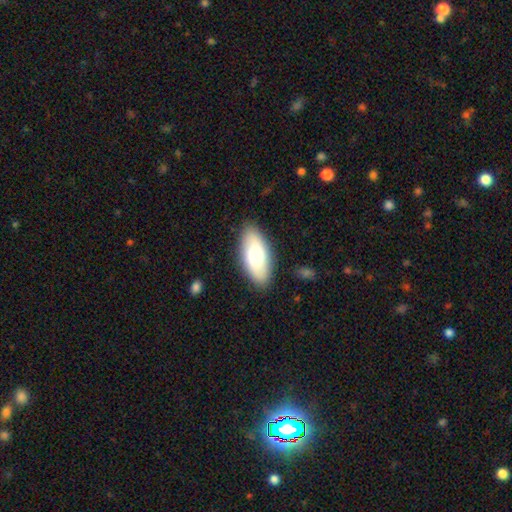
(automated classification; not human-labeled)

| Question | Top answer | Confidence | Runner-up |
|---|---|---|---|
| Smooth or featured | smooth | 72% | featured or disk (22%) |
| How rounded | in between | 86% | cigar-shaped (11%) |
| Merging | none | 87% | minor disturbance (9%) |